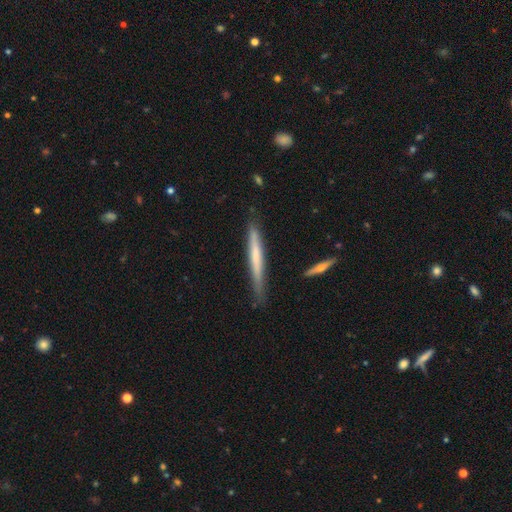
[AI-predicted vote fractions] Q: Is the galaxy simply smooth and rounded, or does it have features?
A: smooth — 52%.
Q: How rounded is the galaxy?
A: cigar-shaped — 96%.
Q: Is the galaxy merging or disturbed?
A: none — 81%.